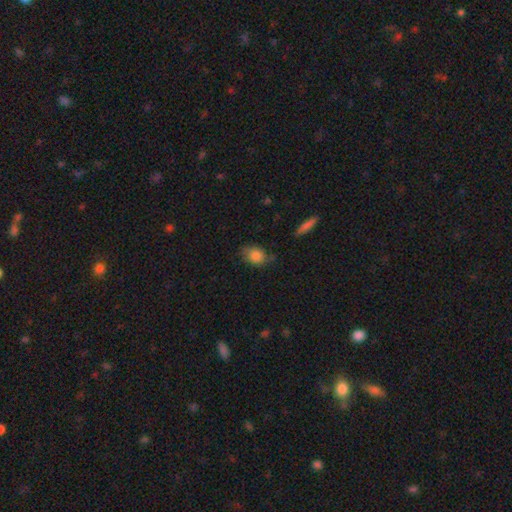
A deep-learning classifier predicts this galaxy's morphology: Overall: smooth (81%). How rounded: in between (66%; round 33%). Merging: none (62%; minor disturbance 28%).